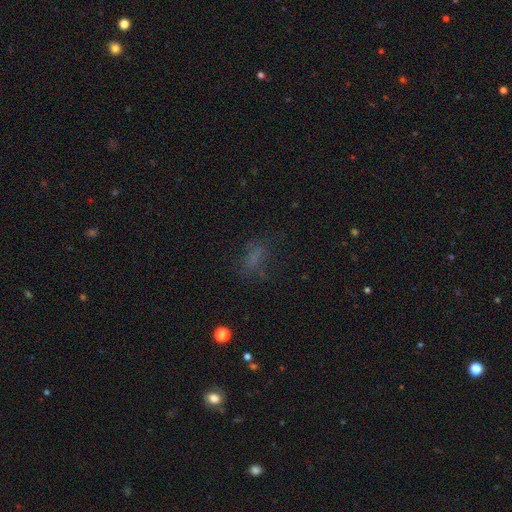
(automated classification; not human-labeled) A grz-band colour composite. It shows a smooth galaxy with no disk features (56%) that is in between round and cigar-shaped (71%). Merging: none (59%).